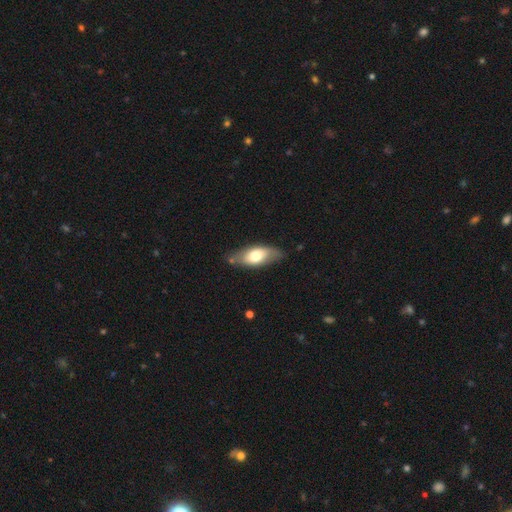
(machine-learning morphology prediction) smooth 60%, featured or disk 34%, star or artifact 6%. Down the decision tree: how rounded — in between (80%); merging — none (73%).